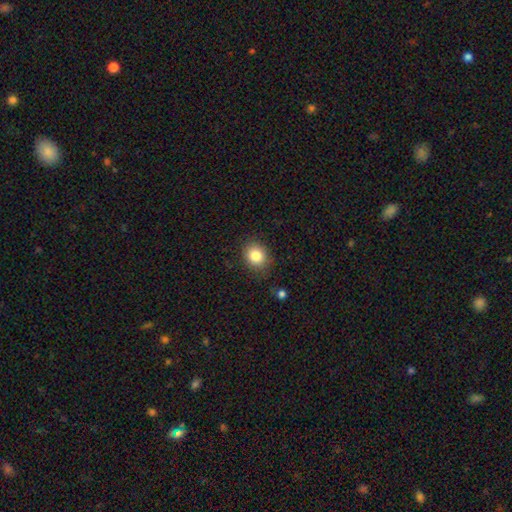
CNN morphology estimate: type=smooth (84%); roundness=round (68%); merging=none (84%).